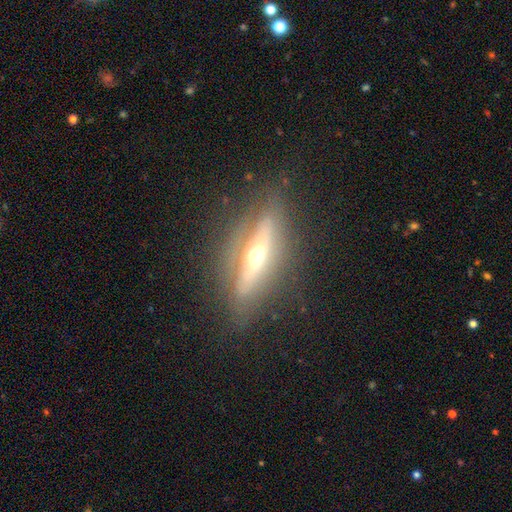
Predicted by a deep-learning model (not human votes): Morphology: type=featured or disk (74%); edge-on=yes (88%); edge-on bulge=rounded (91%); merging=none (81%).